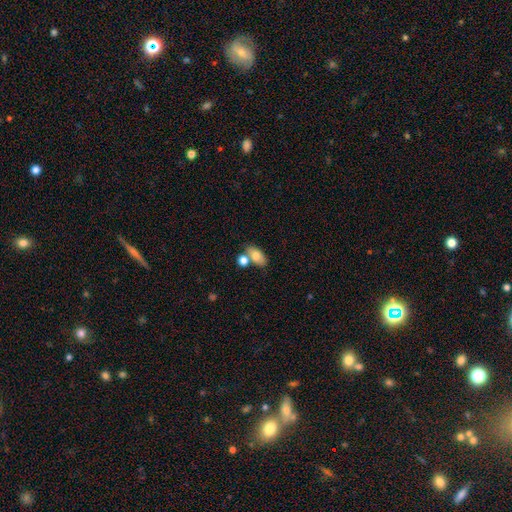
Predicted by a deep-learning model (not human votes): Smooth or featured? Predicted: smooth (p=0.76). How rounded? Predicted: in between (p=0.87). Merging? Predicted: none (p=0.56).